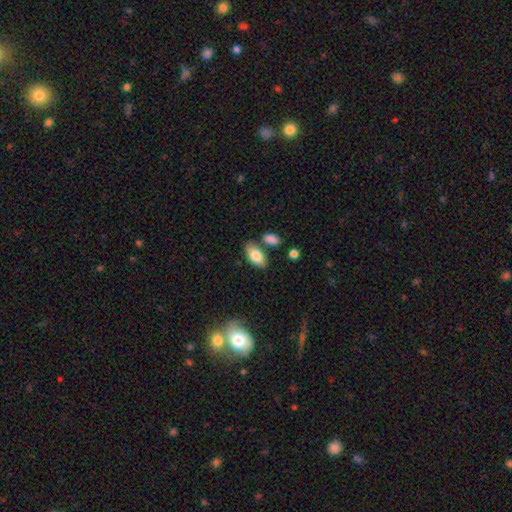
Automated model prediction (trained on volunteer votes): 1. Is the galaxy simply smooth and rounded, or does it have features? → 80% smooth, 13% featured or disk, 7% star or artifact.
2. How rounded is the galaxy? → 93% in between, 4% cigar-shaped, 3% round.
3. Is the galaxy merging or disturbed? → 73% none, 14% minor disturbance, 10% merger, 3% major disturbance.